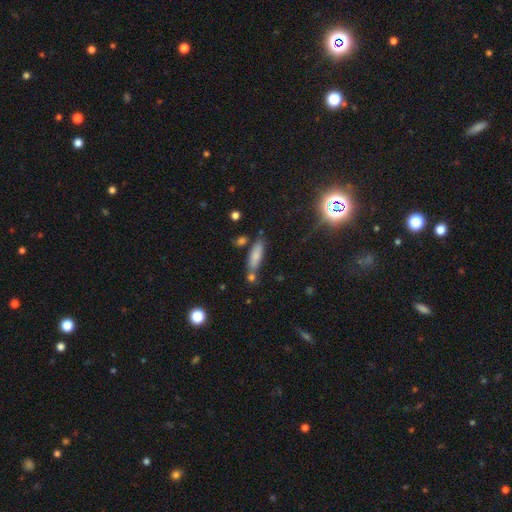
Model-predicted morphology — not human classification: Smooth or featured: smooth — 78% (featured or disk — 13%)
How rounded: cigar-shaped — 54% (in between — 43%)
Merging: none — 65% (minor disturbance — 16%)